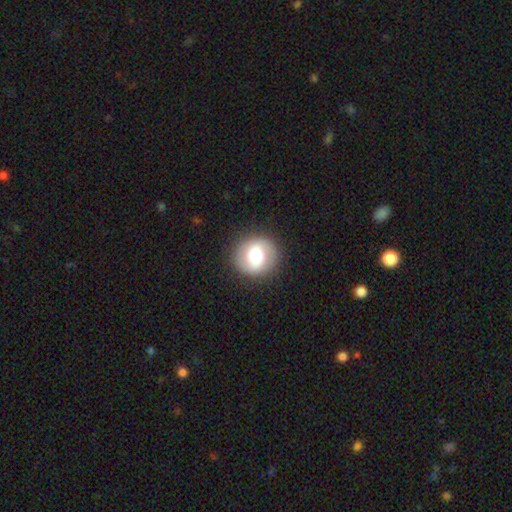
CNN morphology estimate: Overall: smooth (59%; featured or disk 33%). How rounded: round (90%). Merging: none (89%).